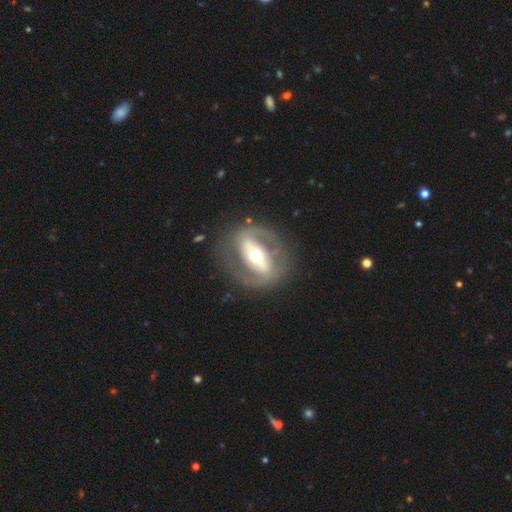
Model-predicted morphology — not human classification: Smooth or featured?
  - featured or disk: 78% *
  - smooth: 17%
  - star or artifact: 5%
Edge-on disk?
  - no: 91% *
  - yes: 9%
Bar?
  - strong: 64% *
  - weak: 19%
  - no: 17%
Spiral arms?
  - yes: 59% *
  - no: 41%
Bulge size?
  - moderate: 66% *
  - small: 20%
  - large: 12%
  - dominant: 2%
  - none: 1%
Merging?
  - none: 77% *
  - minor disturbance: 12%
  - major disturbance: 9%
  - merger: 2%